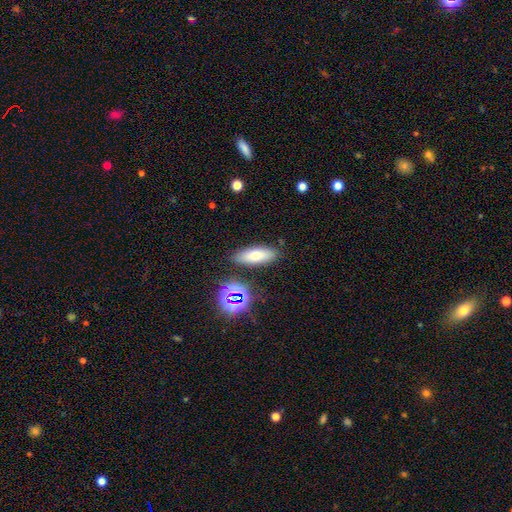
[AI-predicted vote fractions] Smooth or featured? smooth (65%)
How rounded? in between (64%)
Merging? none (85%)